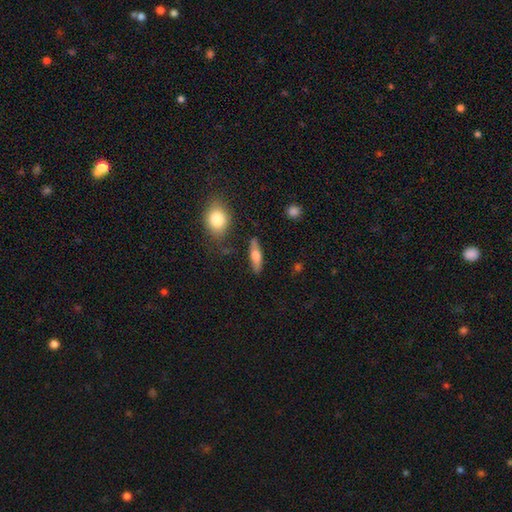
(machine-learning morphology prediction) Q: Smooth or featured?
A: smooth (56%); runner-up: featured or disk (37%)
Q: How rounded?
A: cigar-shaped (55%); runner-up: in between (41%)
Q: Merging?
A: none (82%); runner-up: minor disturbance (12%)